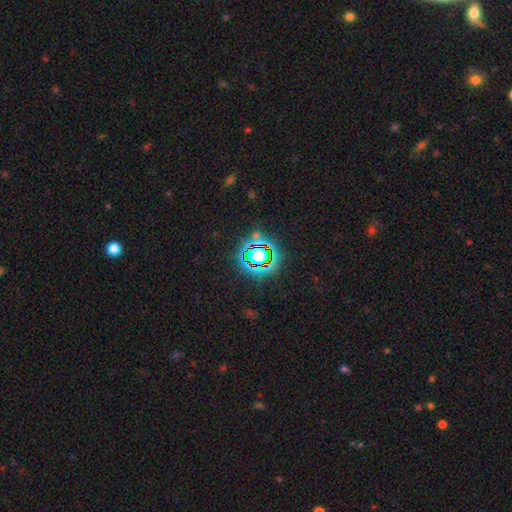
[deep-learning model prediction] Smooth or featured?
  - star or artifact: 72% *
  - smooth: 16%
  - featured or disk: 11%